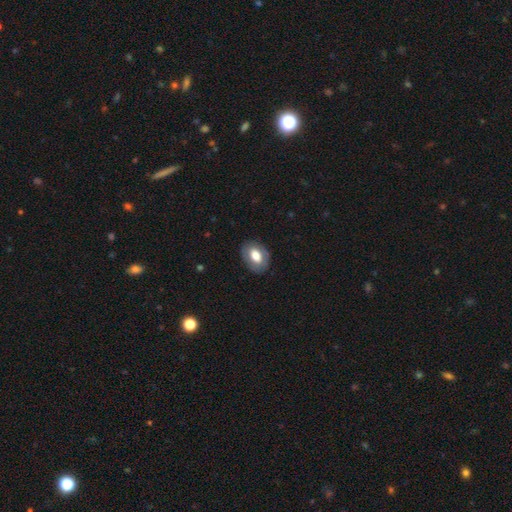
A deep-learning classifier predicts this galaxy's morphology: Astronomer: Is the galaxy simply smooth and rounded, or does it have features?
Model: smooth — 69%.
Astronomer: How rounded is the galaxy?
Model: in between — 79%.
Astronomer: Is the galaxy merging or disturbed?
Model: none — 83%.